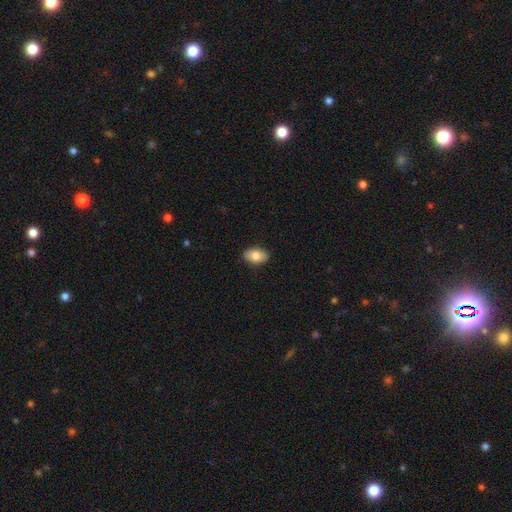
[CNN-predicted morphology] Smooth or featured?
  - smooth: 81% *
  - featured or disk: 12%
  - star or artifact: 7%
How rounded?
  - in between: 91% *
  - round: 7%
  - cigar-shaped: 2%
Merging?
  - none: 88% *
  - minor disturbance: 9%
  - major disturbance: 2%
  - merger: 1%